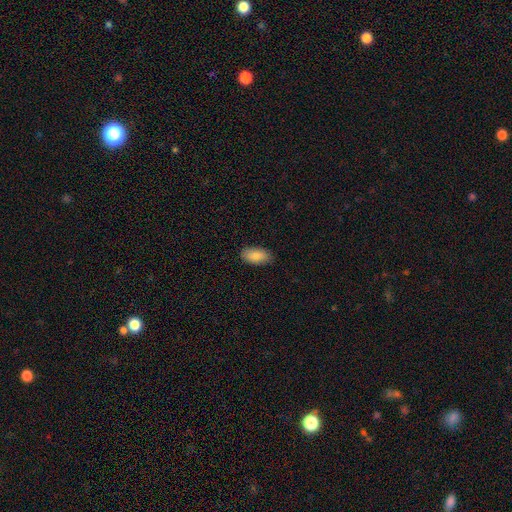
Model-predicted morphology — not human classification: smooth_or_featured: smooth (p=0.87) [alt: featured or disk p=0.07]
how_rounded: in between (p=0.94) [alt: cigar-shaped p=0.03]
merging: none (p=0.86) [alt: minor disturbance p=0.11]